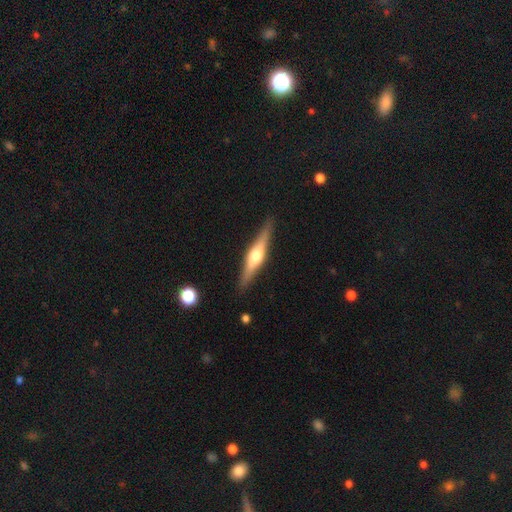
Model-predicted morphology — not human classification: type=featured or disk (70%); edge-on=yes (97%); edge-on bulge=rounded (93%); merging=none (89%).